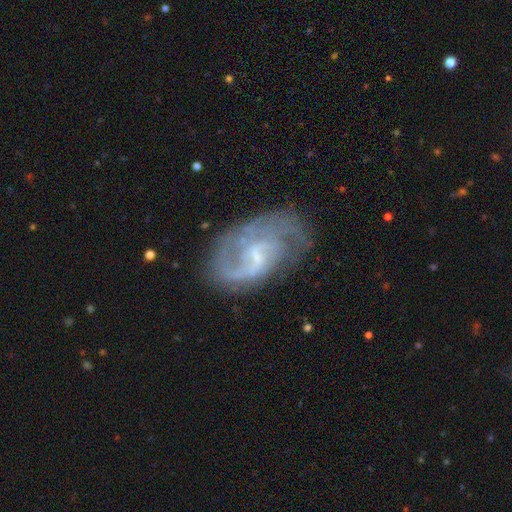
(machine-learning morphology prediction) smooth_or_featured: featured or disk (p=0.79) [alt: smooth p=0.13]
disk_edge_on: no (p=0.97) [alt: yes p=0.03]
bar: weak (p=0.57) [alt: no p=0.31]
has_spiral_arms: yes (p=0.89) [alt: no p=0.11]
spiral_winding: medium (p=0.40) [alt: loose p=0.37]
spiral_arm_count: 2 (p=0.42) [alt: can't tell p=0.24]
bulge_size: small (p=0.52) [alt: none p=0.25]
merging: none (p=0.56) [alt: minor disturbance p=0.22]